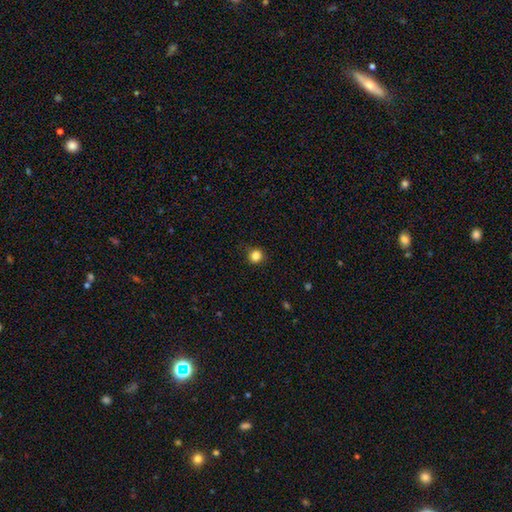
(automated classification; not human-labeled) Overall: smooth (84%). How rounded: round (91%). Merging: none (87%).